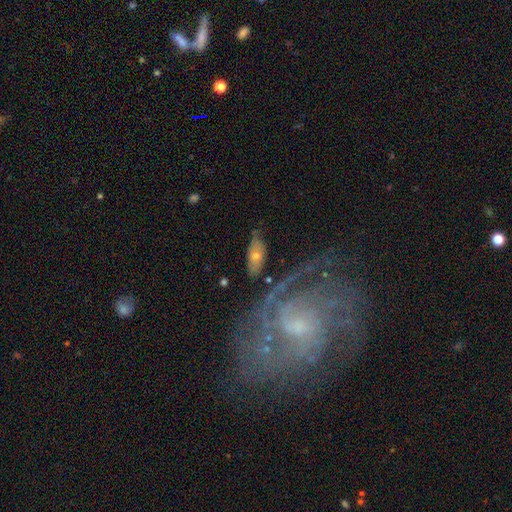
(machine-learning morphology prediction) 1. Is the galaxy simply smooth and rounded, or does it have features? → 52% smooth, 41% featured or disk, 7% star or artifact.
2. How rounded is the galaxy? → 81% in between, 15% cigar-shaped, 4% round.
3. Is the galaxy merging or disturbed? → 67% none, 19% minor disturbance, 8% major disturbance, 6% merger.